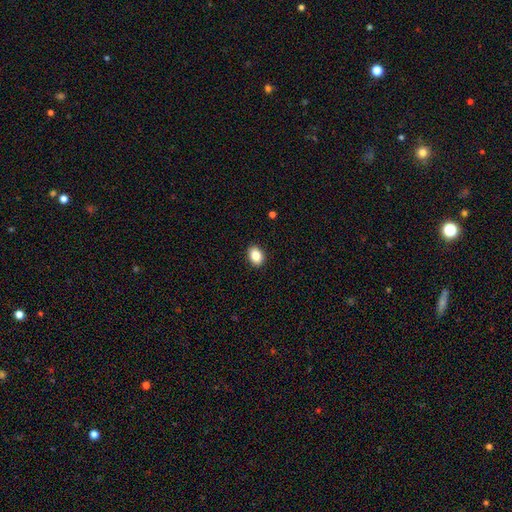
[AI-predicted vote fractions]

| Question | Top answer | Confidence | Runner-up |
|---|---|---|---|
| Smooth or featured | smooth | 86% | star or artifact (8%) |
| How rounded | in between | 75% | round (24%) |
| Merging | none | 90% | minor disturbance (7%) |